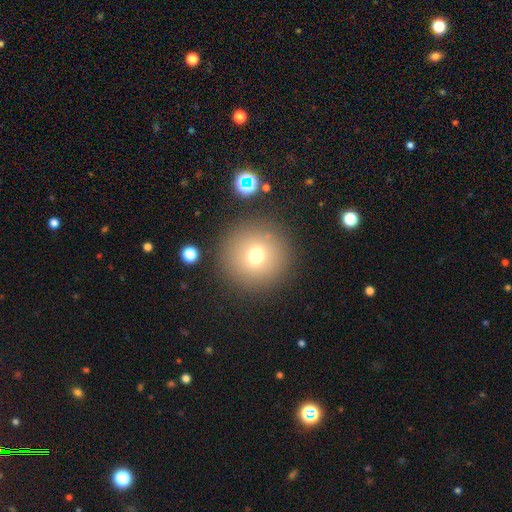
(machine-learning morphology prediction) Smooth or featured: smooth — 71% (star or artifact — 16%)
How rounded: round — 96% (in between — 3%)
Merging: none — 87% (minor disturbance — 7%)